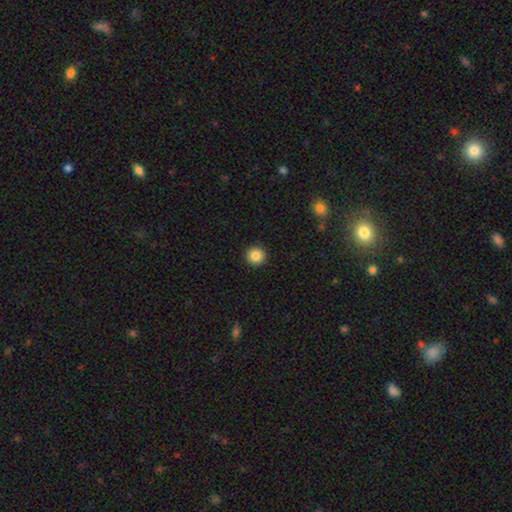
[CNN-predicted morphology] Overall: smooth (85%). How rounded: round (95%). Merging: none (93%).